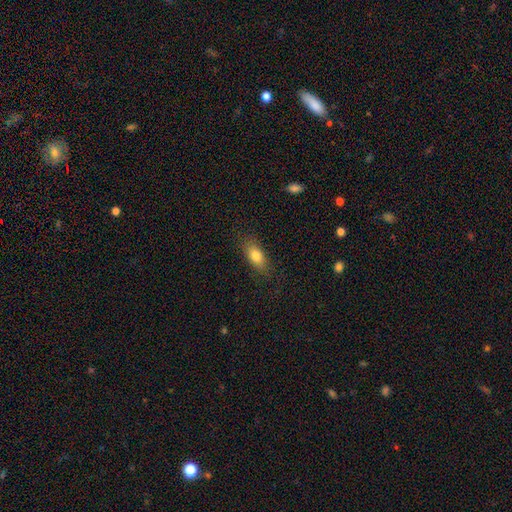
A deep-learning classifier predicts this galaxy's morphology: Smooth or featured? Predicted: smooth (p=0.80). How rounded? Predicted: in between (p=0.82). Merging? Predicted: none (p=0.83).